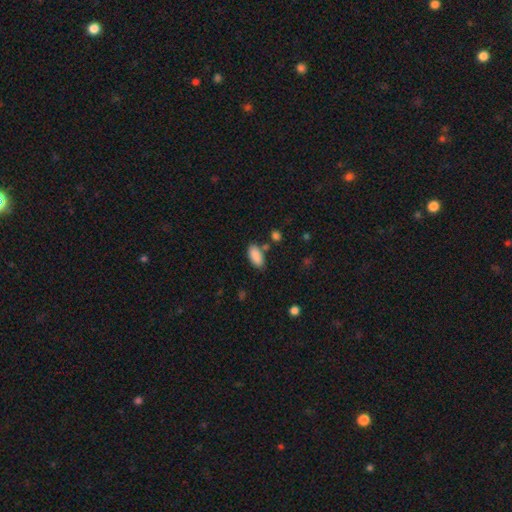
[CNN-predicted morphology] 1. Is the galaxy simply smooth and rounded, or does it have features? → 89% smooth, 7% star or artifact, 4% featured or disk.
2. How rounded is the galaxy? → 90% in between, 8% cigar-shaped, 2% round.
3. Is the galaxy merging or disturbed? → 76% none, 13% minor disturbance, 7% merger, 3% major disturbance.